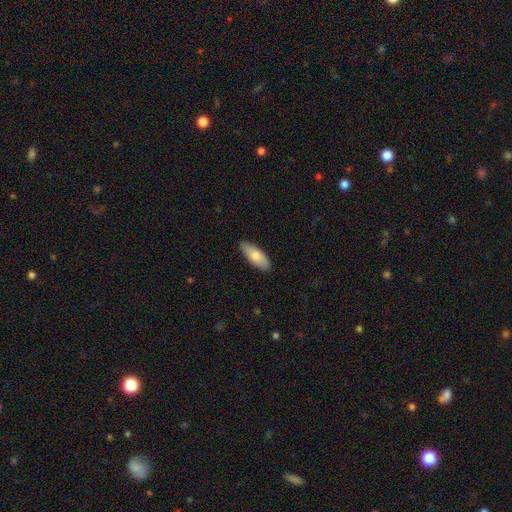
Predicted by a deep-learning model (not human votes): Q: Smooth or featured?
A: smooth (78%); runner-up: featured or disk (16%)
Q: How rounded?
A: in between (75%); runner-up: cigar-shaped (23%)
Q: Merging?
A: none (87%); runner-up: minor disturbance (10%)